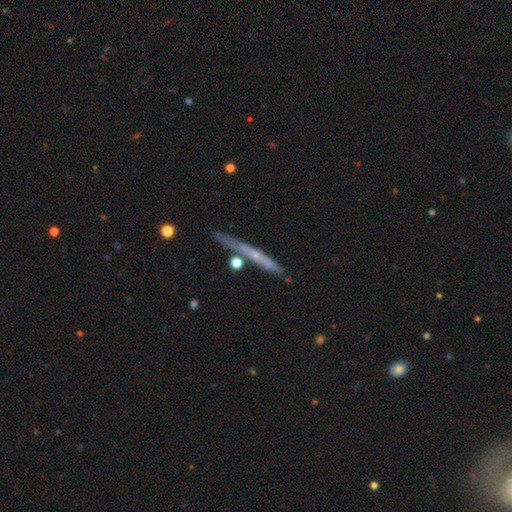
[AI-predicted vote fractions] A featured or disk galaxy (58%) viewed edge-on (92%) with no central bulge (67%). Merging: none (75%).